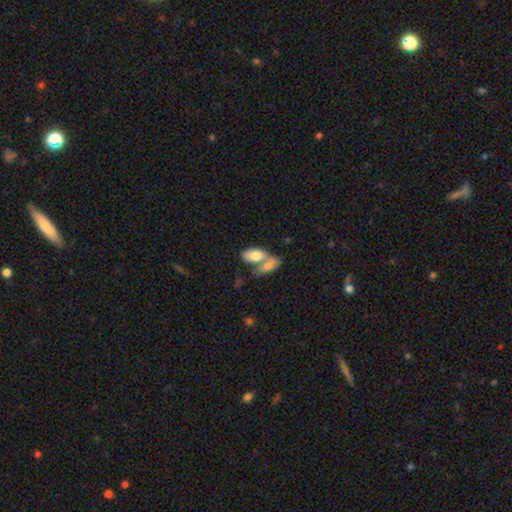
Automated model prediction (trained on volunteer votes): This is likely a smooth galaxy (74%). How rounded: clearly in between (89%). Merging: likely merger (61%).